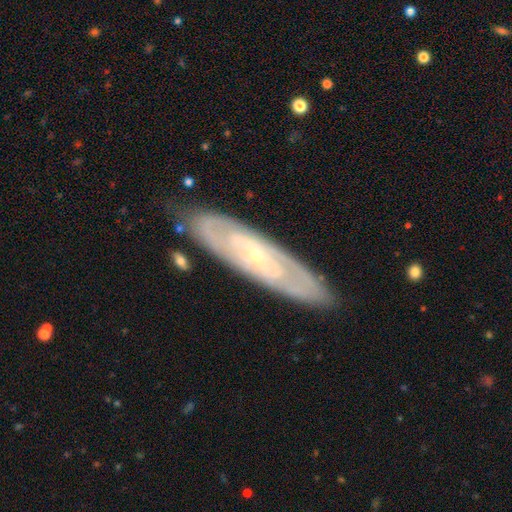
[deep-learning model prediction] smooth_or_featured: featured or disk (p=0.78) [alt: smooth p=0.16]
disk_edge_on: no (p=0.74) [alt: yes p=0.26]
bar: no (p=0.67) [alt: weak p=0.25]
has_spiral_arms: yes (p=0.82) [alt: no p=0.18]
bulge_size: small (p=0.84) [alt: moderate p=0.12]
merging: none (p=0.83) [alt: minor disturbance p=0.12]